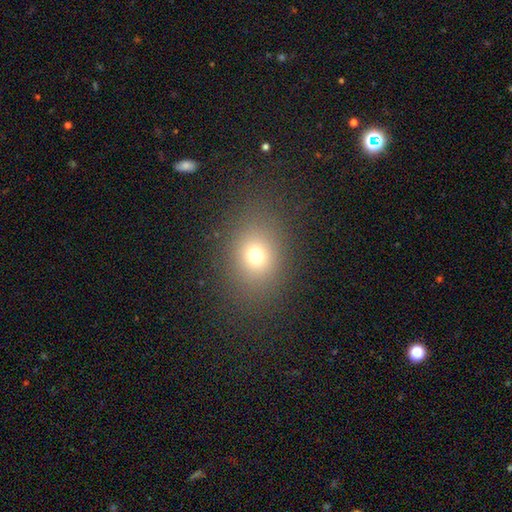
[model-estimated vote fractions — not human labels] The model was most divided on "how rounded": round: 52%, in between: 47%, cigar-shaped: 1%. More confident: merging — none (83%); smooth or featured — smooth (72%).